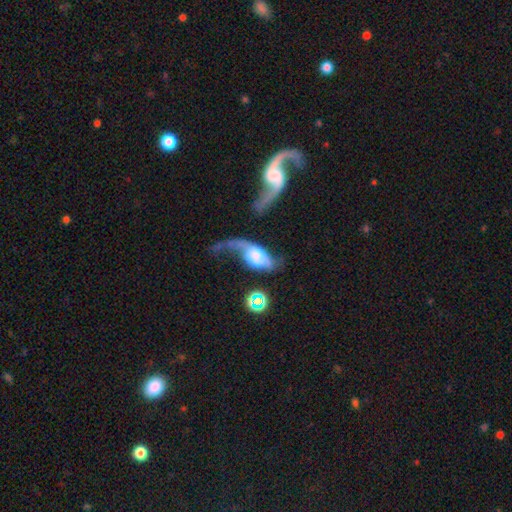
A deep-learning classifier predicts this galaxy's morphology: The model was most divided on "smooth or featured": featured or disk: 56%, smooth: 36%, star or artifact: 8%. Remaining: edge-on disk — no (82%); merging — major disturbance (49%).